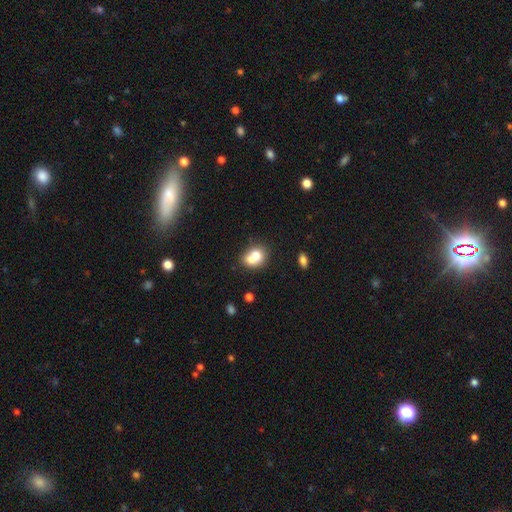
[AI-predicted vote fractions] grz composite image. It shows a smooth galaxy with no disk features (69%) that is round (58%). Merging: merger (58%).